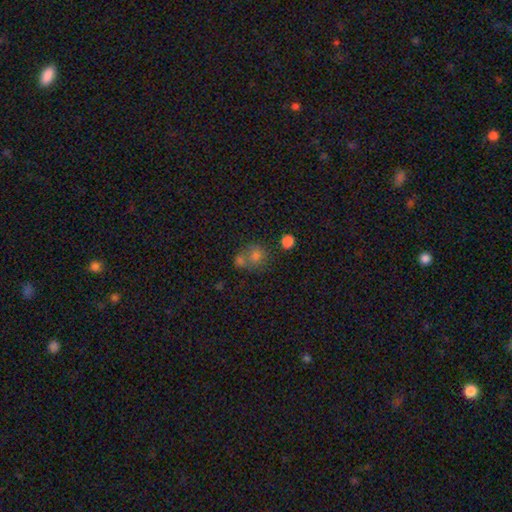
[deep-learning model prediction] smooth 72%, star or artifact 14%, featured or disk 14%. Down the decision tree: how rounded — round (75%); merging — merger (46%).